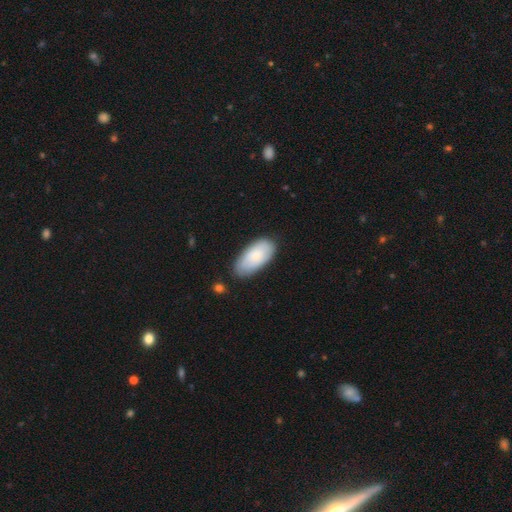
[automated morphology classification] The model was most divided on "merging": none: 76%, minor disturbance: 19%, major disturbance: 4%, merger: 2%. More confident: how rounded — in between (93%); smooth or featured — smooth (77%).